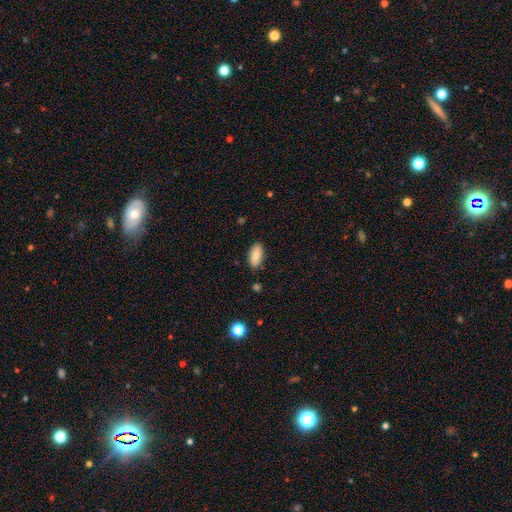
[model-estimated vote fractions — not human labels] This appears to be a smooth galaxy with no disk features (85%) that is in between round and cigar-shaped (88%). Merging: none (86%).